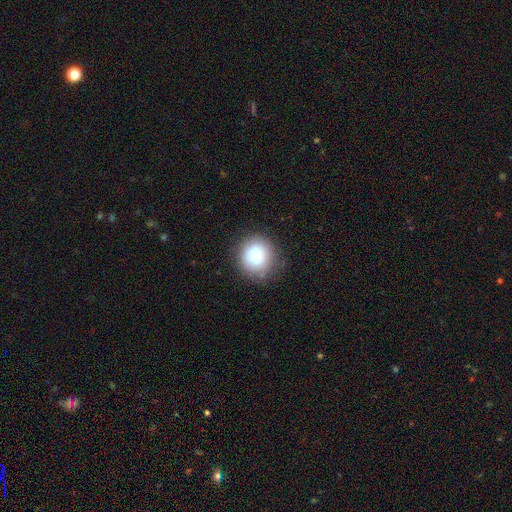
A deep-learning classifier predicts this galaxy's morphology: Overall: smooth (81%). How rounded: round (89%). Merging: none (80%).